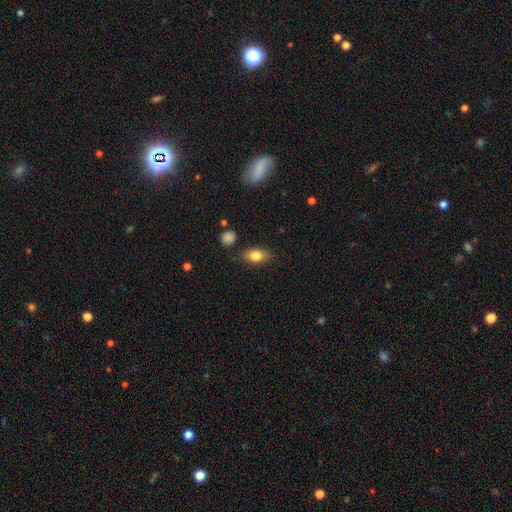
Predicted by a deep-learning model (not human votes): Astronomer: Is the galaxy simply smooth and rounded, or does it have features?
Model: smooth — 79%.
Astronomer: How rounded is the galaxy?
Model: in between — 86%.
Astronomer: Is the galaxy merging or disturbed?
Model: none — 82%.